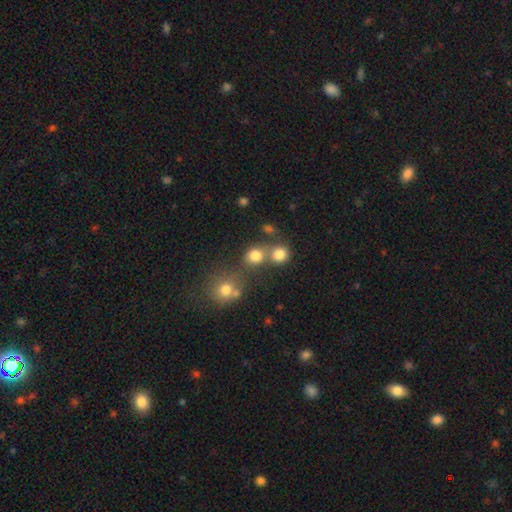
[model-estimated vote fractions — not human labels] Smooth or featured?
  - smooth: 79% *
  - star or artifact: 14%
  - featured or disk: 7%
How rounded?
  - round: 84% *
  - in between: 15%
  - cigar-shaped: 1%
Merging?
  - none: 54% *
  - merger: 33%
  - minor disturbance: 8%
  - major disturbance: 4%